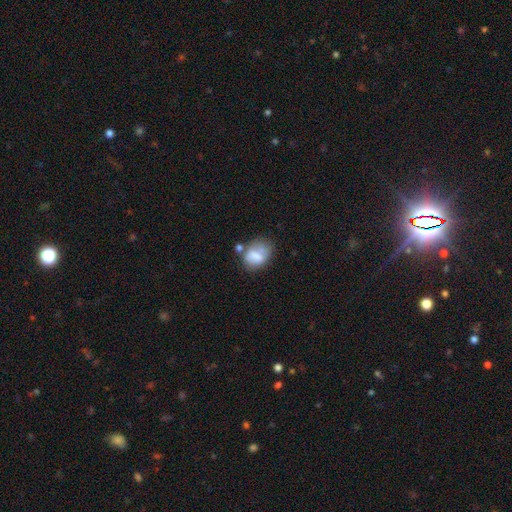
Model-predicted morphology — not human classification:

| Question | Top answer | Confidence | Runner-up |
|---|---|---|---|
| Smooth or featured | smooth | 68% | featured or disk (23%) |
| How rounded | in between | 69% | round (30%) |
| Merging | none | 36% | minor disturbance (26%) |